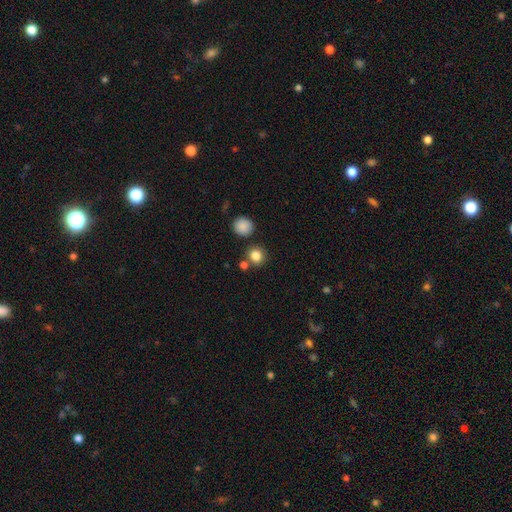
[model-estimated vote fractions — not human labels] This appears to be a smooth galaxy with no disk features (83%) that is round (86%). Merging: none (77%).